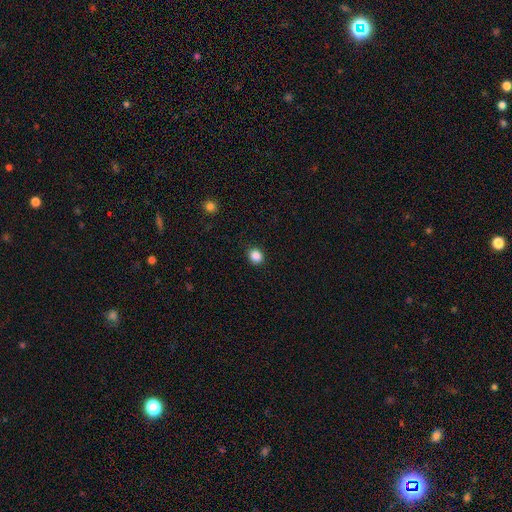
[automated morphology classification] A smooth galaxy with no disk features (86%) that is round (76%). Merging: none (91%).